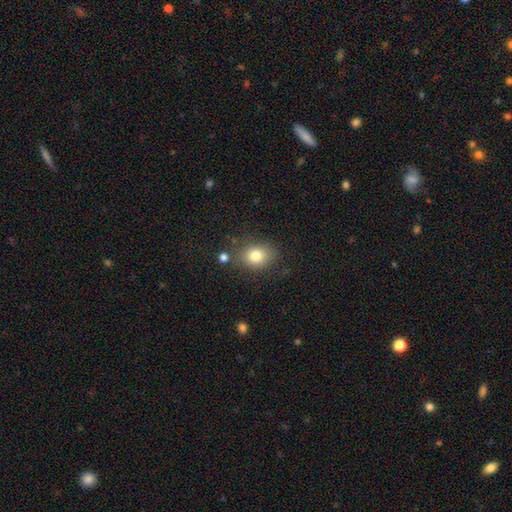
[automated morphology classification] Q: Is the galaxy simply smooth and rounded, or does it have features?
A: smooth — 80%.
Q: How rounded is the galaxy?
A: in between — 52%.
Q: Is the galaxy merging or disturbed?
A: none — 77%.